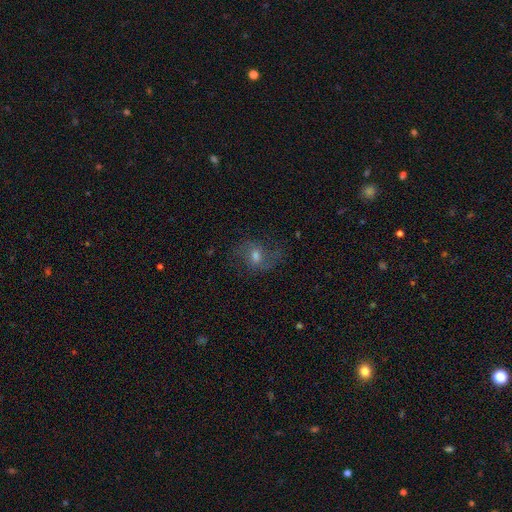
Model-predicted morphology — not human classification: This is possibly a featured or disk galaxy (59%). It is clearly not viewed edge-on (96%). Bar: possibly no (51%). Spiral arm pattern: clearly yes (88%). Central bulge: possibly moderate (59%). Merging: likely none (69%).